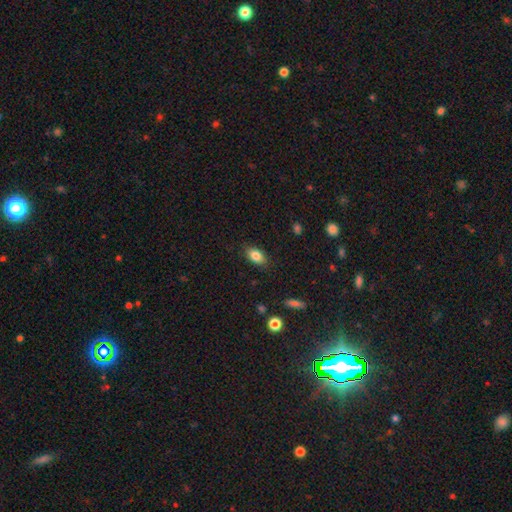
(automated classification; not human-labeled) A smooth galaxy with no disk features (84%) that is in between round and cigar-shaped (89%). Merging: none (85%).